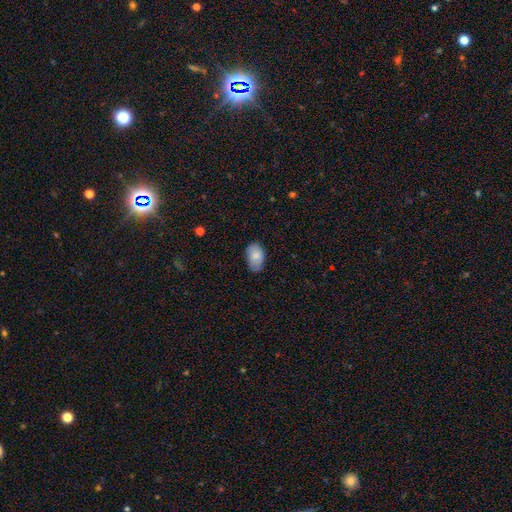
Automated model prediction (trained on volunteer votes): Smooth or featured?
  - smooth: 83% *
  - featured or disk: 10%
  - star or artifact: 7%
How rounded?
  - in between: 92% *
  - round: 7%
  - cigar-shaped: 1%
Merging?
  - none: 71% *
  - minor disturbance: 24%
  - major disturbance: 4%
  - merger: 1%